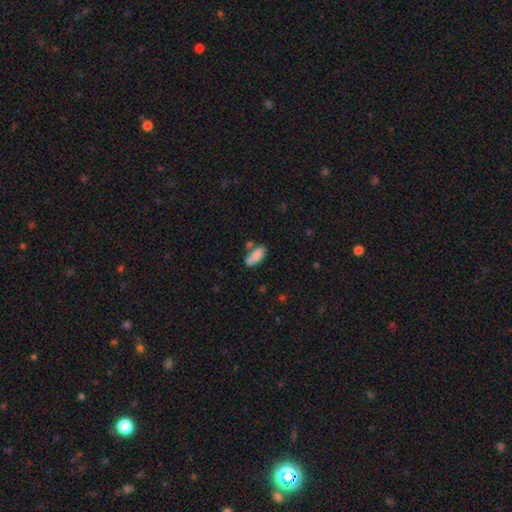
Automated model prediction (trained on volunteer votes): A smooth galaxy with no disk features (83%) that is in between round and cigar-shaped (82%).

Vote fractions:
- Smooth or featured? smooth: 83% / featured or disk: 10% / star or artifact: 7%
- How rounded? in between: 82% / cigar-shaped: 16% / round: 2%
- Merging? none: 60% / minor disturbance: 19% / merger: 16% / major disturbance: 5%